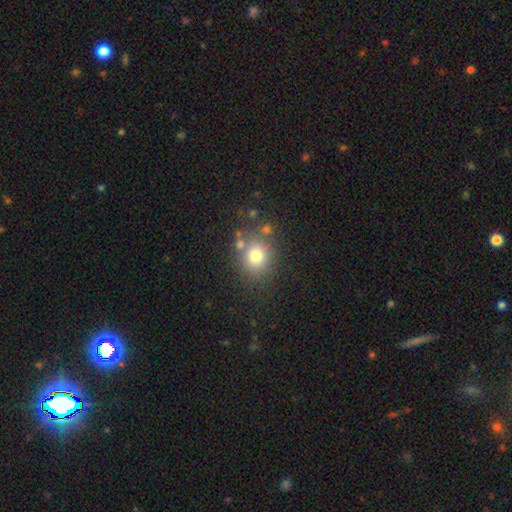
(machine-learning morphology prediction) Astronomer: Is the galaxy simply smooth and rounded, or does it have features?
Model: smooth — 75%.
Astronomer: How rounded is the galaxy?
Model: round — 77%.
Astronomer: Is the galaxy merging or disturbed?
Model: none — 74%.